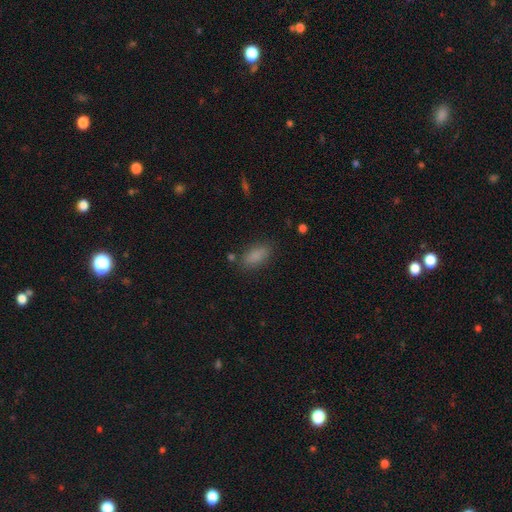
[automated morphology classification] Overall: smooth (86%). How rounded: in between (84%). Merging: none (83%).